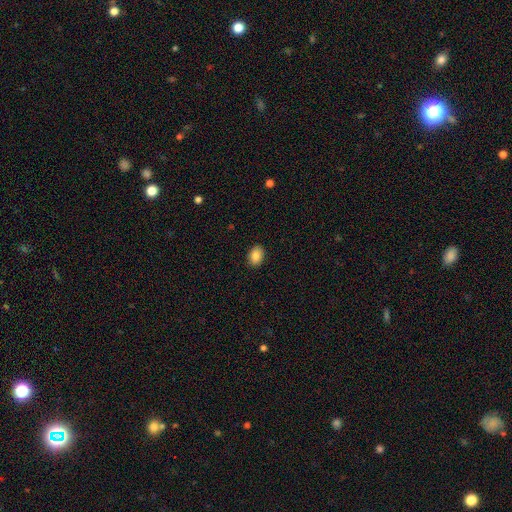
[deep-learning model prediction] smooth 87%, star or artifact 8%, featured or disk 5%. Down the decision tree: how rounded — in between (77%); merging — none (90%).